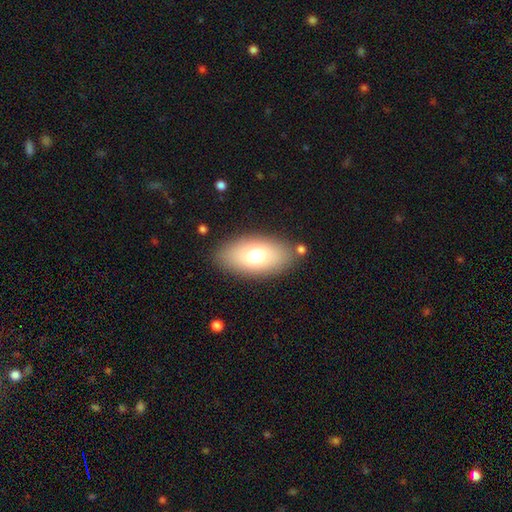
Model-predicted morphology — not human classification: Q: Smooth or featured?
A: smooth (70%); runner-up: featured or disk (20%)
Q: How rounded?
A: in between (89%); runner-up: round (8%)
Q: Merging?
A: none (83%); runner-up: minor disturbance (9%)